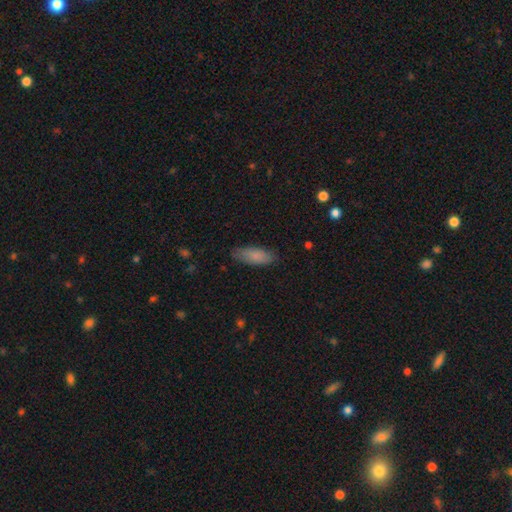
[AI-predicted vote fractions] smooth 83%, featured or disk 11%, star or artifact 6%. Down the decision tree: how rounded — in between (74%); merging — none (80%).